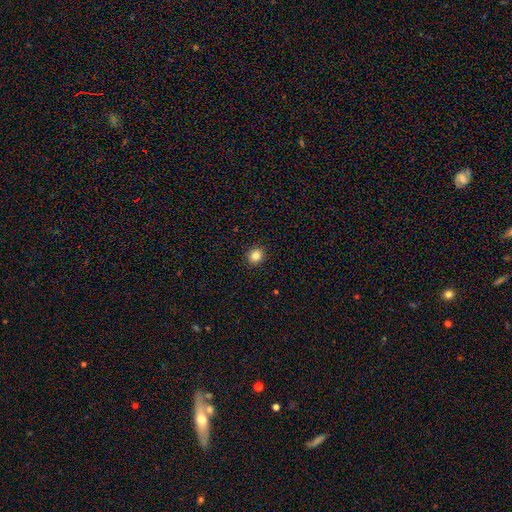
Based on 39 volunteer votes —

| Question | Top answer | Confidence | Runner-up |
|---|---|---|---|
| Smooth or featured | smooth | 82% | star or artifact (10%) |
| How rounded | round | 88% | in between (12%) |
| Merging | none | 91% | minor disturbance (9%) |